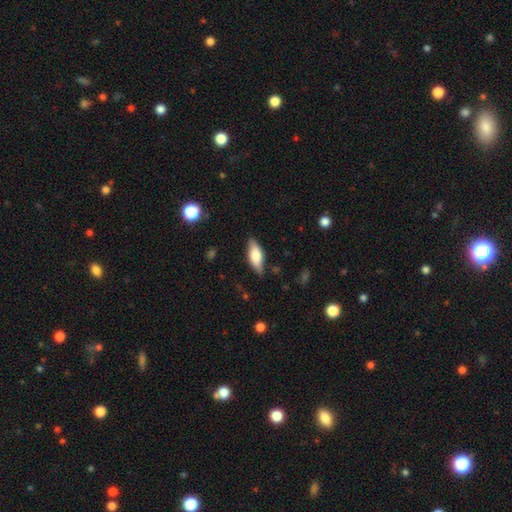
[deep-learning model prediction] smooth 68%, featured or disk 25%, star or artifact 6%. Down the decision tree: how rounded — in between (72%); merging — none (81%).